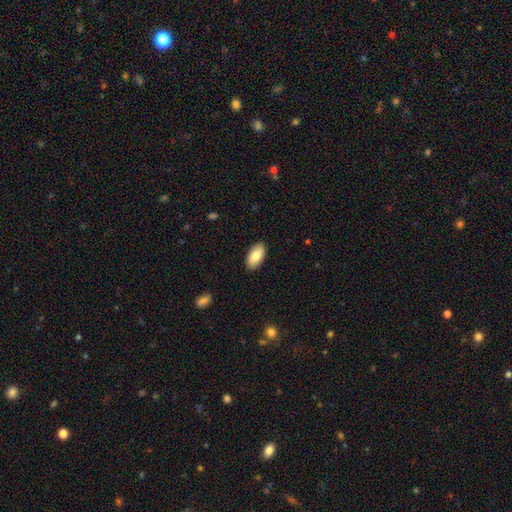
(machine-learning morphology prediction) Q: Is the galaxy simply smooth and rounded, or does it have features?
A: smooth — 82%.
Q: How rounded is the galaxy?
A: in between — 94%.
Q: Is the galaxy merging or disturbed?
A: none — 89%.